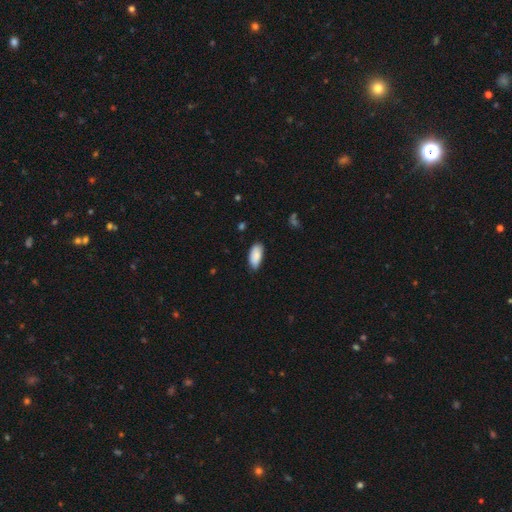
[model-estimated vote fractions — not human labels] Smooth or featured? Predicted: smooth (p=0.88). How rounded? Predicted: in between (p=0.92). Merging? Predicted: none (p=0.76).